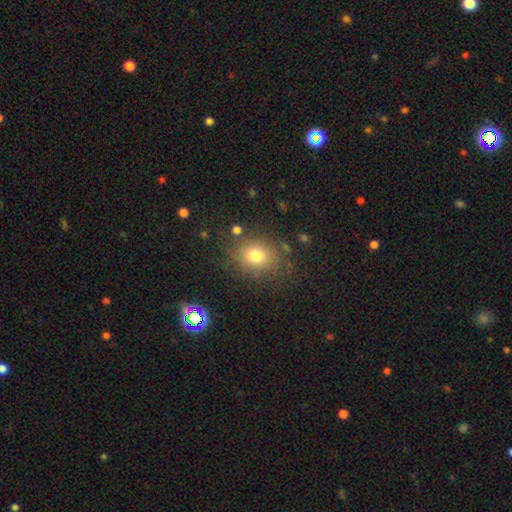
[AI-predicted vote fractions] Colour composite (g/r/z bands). It shows a smooth galaxy with no disk features (76%) that is round (63%). Merging: none (80%).